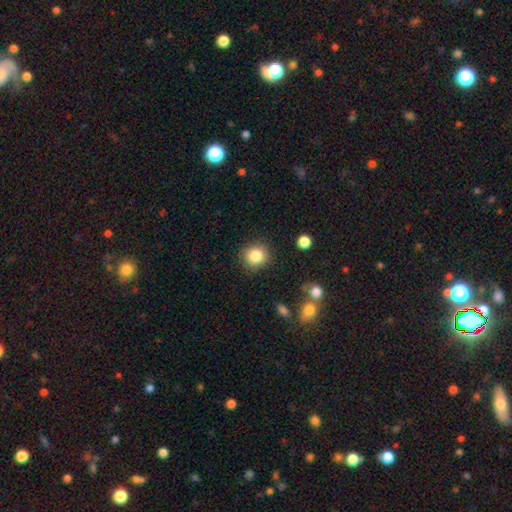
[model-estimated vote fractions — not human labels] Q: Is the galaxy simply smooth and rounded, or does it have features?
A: smooth — 85%.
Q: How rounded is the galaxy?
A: round — 85%.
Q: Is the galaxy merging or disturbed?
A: none — 87%.